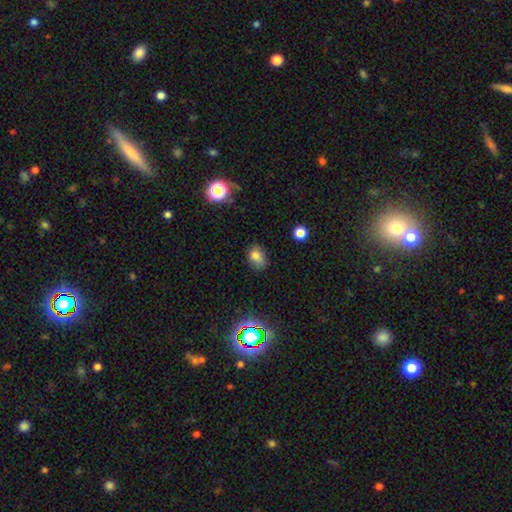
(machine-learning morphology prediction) A smooth galaxy with no disk features (77%) that is in between round and cigar-shaped (68%). Merging: none (67%).